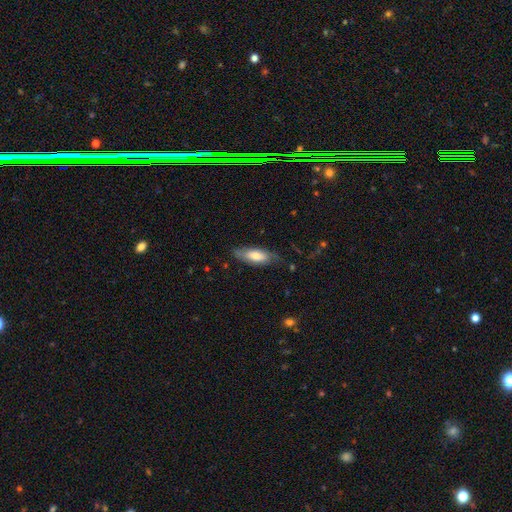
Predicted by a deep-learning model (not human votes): Smooth or featured? Predicted: smooth (p=0.63). How rounded? Predicted: in between (p=0.71). Merging? Predicted: none (p=0.67).